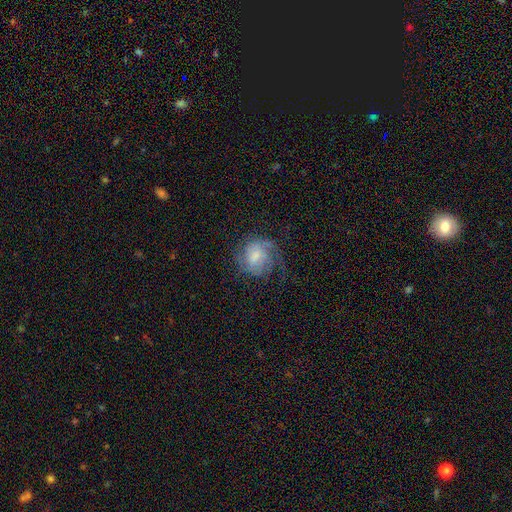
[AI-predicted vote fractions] Smooth or featured? featured or disk (62%)
Edge-on disk? no (98%)
Bar? weak (49%)
Spiral arms? yes (86%)
Spiral winding? medium (41%)
Spiral arm count? 2 (42%)
Bulge size? moderate (39%)
Merging? none (52%)